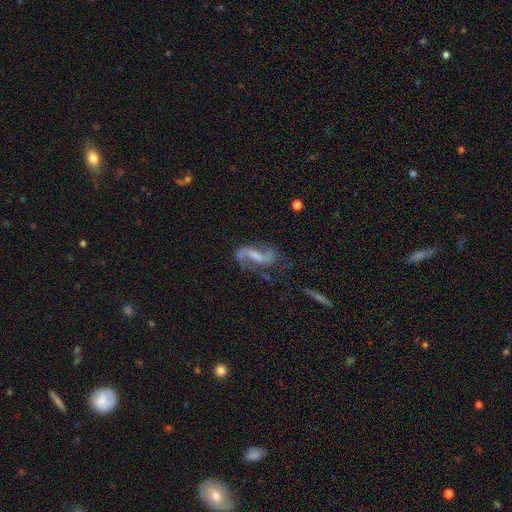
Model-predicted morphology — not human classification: Smooth or featured? Predicted: featured or disk (p=0.83). Edge-on disk? Predicted: no (p=0.96). Bar? Predicted: weak (p=0.46). Spiral arms? Predicted: yes (p=0.94). Spiral winding? Predicted: loose (p=0.58). Spiral arm count? Predicted: 2 (p=0.88). Bulge size? Predicted: small (p=0.35). Merging? Predicted: none (p=0.53).